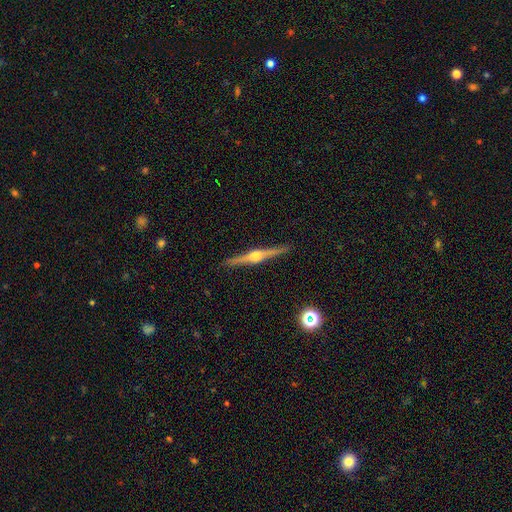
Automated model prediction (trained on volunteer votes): A featured or disk galaxy (83%) viewed edge-on (98%) with a rounded central bulge (92%).

Vote fractions:
- Smooth or featured? featured or disk: 83% / smooth: 11% / star or artifact: 5%
- Edge-on disk? yes: 98% / no: 2%
- Edge-on bulge? rounded: 92% / boxy: 6% / none: 3%
- Merging? none: 91% / minor disturbance: 6% / major disturbance: 1% / merger: 1%